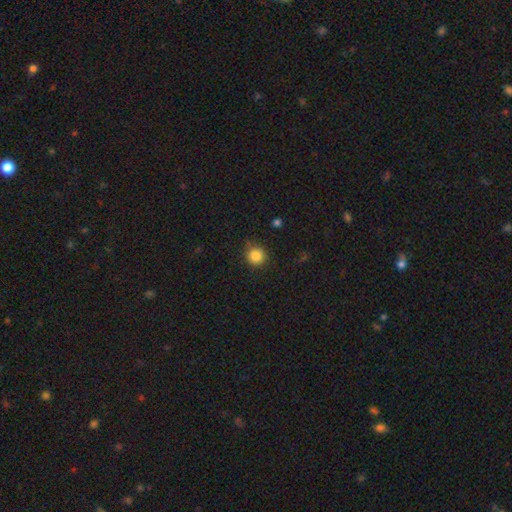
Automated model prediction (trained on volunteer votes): smooth-or-featured: smooth: 85% | star or artifact: 11% | featured or disk: 5%
  how-rounded: round: 91% | in between: 8% | cigar-shaped: 1%
  merging: none: 83% | minor disturbance: 13% | major disturbance: 3% | merger: 1%